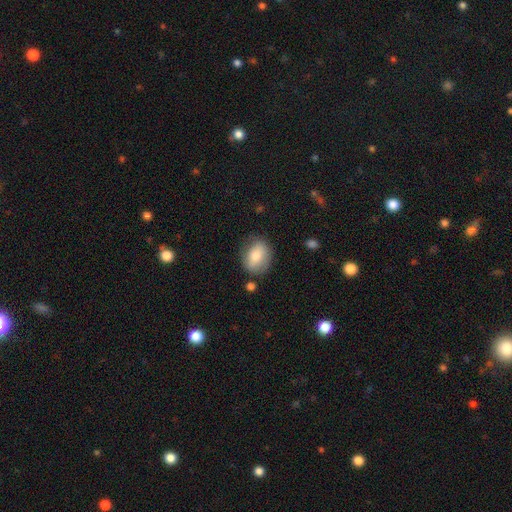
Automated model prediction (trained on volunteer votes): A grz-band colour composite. It shows a smooth galaxy with no disk features (73%) that is in between round and cigar-shaped (55%). Merging: none (77%).